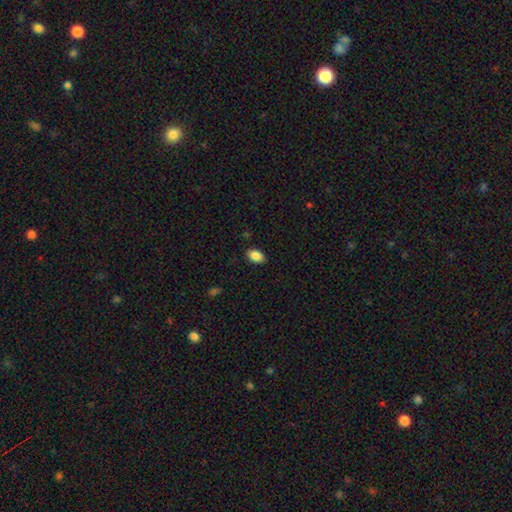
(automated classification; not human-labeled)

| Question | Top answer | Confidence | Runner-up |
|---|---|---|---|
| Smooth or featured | smooth | 87% | star or artifact (8%) |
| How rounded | in between | 90% | round (9%) |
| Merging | none | 88% | minor disturbance (9%) |